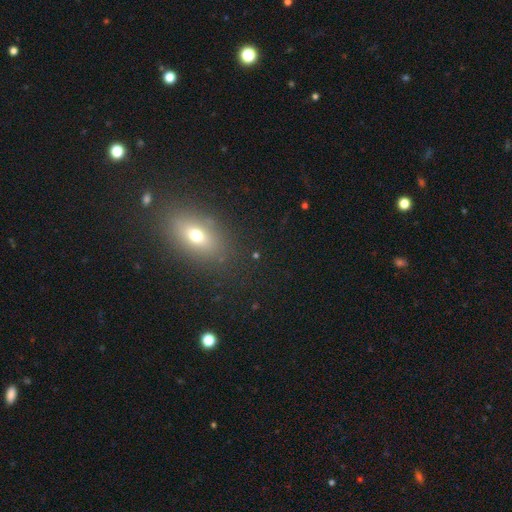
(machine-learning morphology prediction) This is possibly a smooth galaxy (56%). How rounded: likely in between (62%). Merging: clearly none (81%).